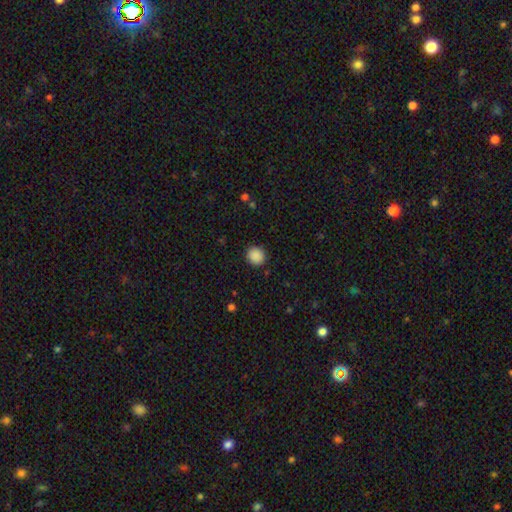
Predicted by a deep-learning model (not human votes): This appears to be a smooth galaxy with no disk features (89%) that is round (87%). Merging: none (90%).